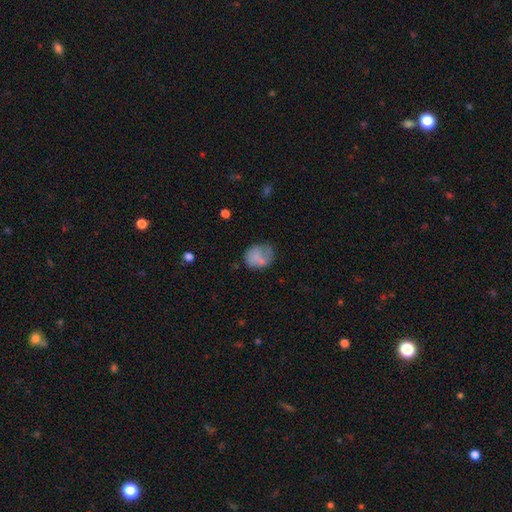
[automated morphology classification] type=smooth (68%); roundness=round (59%); merging=none (45%).